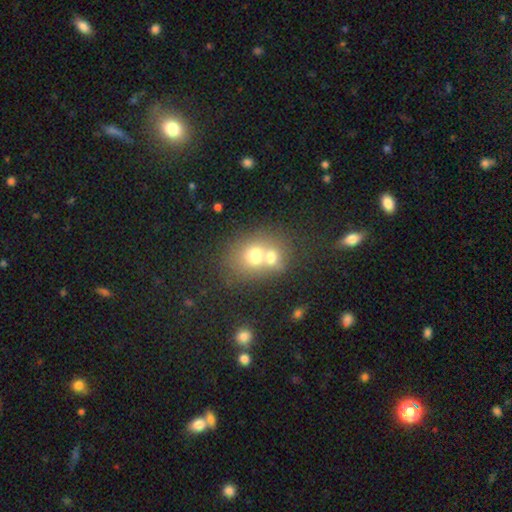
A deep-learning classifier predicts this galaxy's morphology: Smooth or featured? Predicted: smooth (p=0.67). How rounded? Predicted: round (p=0.67). Merging? Predicted: merger (p=0.62).